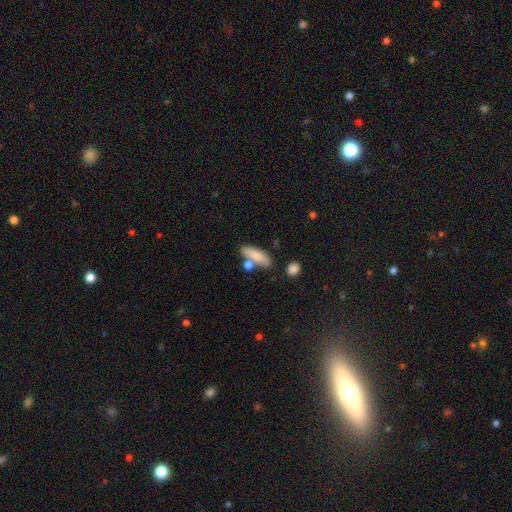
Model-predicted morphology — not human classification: Overall: smooth (81%). How rounded: in between (54%; cigar-shaped 42%). Merging: none (65%).